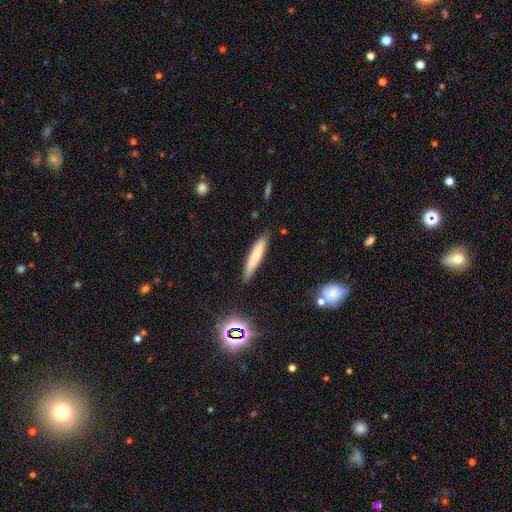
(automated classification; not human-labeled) Overall: smooth (73%). How rounded: cigar-shaped (90%). Merging: none (84%).